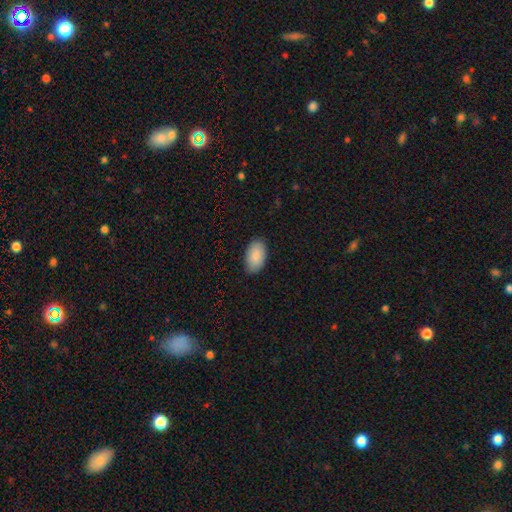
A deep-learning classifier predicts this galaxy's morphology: Q: Smooth or featured?
A: smooth (89%); runner-up: star or artifact (6%)
Q: How rounded?
A: in between (95%); runner-up: round (3%)
Q: Merging?
A: none (86%); runner-up: minor disturbance (11%)